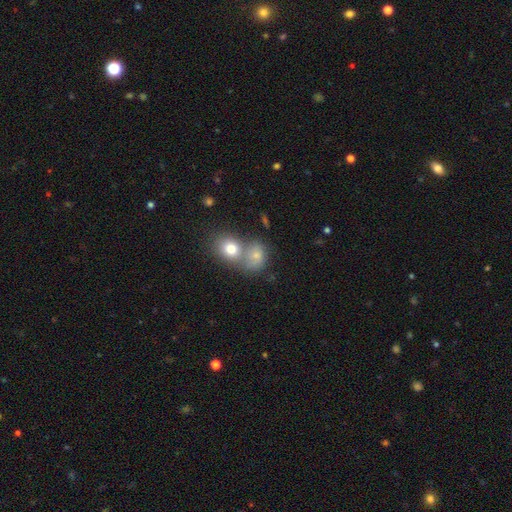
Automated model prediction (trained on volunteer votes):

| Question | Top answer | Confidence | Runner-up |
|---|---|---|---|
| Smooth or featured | smooth | 70% | featured or disk (18%) |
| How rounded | round | 55% | in between (43%) |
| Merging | merger | 52% | none (31%) |